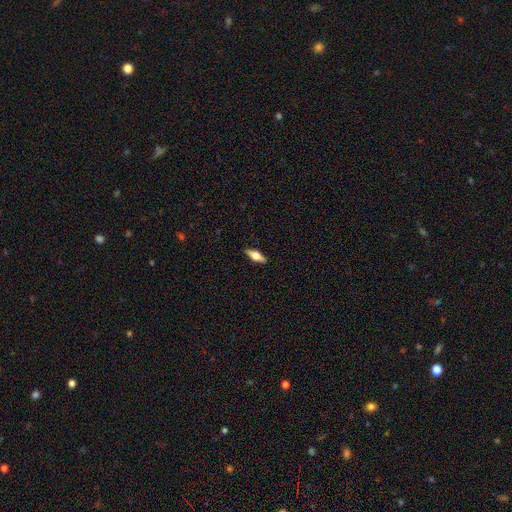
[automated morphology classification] Smooth or featured? Predicted: featured or disk (p=0.48). Merging? Predicted: none (p=0.89).